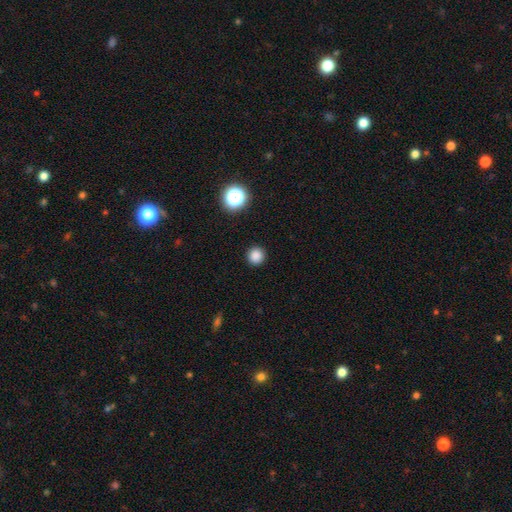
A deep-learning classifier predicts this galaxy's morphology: Q: Smooth or featured?
A: smooth (84%); runner-up: star or artifact (13%)
Q: How rounded?
A: round (94%); runner-up: in between (5%)
Q: Merging?
A: none (92%); runner-up: minor disturbance (5%)